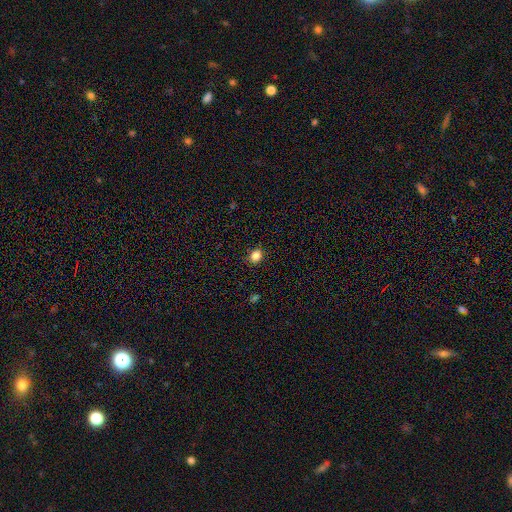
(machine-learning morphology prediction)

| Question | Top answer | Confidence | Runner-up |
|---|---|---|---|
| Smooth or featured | smooth | 85% | star or artifact (12%) |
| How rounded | round | 65% | in between (34%) |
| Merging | none | 89% | minor disturbance (8%) |